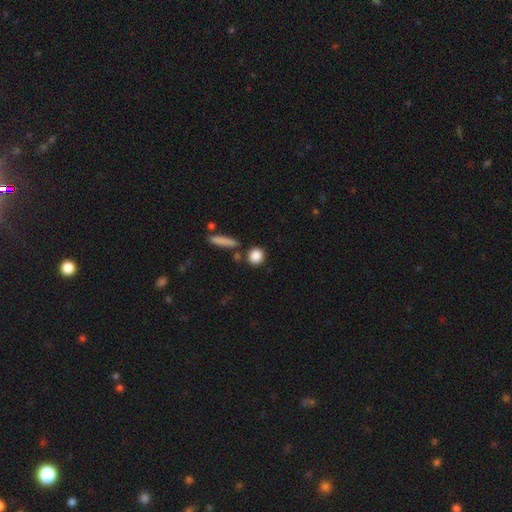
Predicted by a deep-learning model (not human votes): A smooth galaxy with no disk features (87%) that is round (80%). Merging: none (80%).